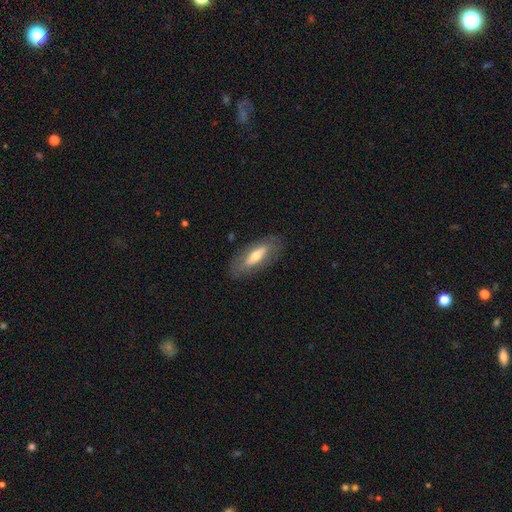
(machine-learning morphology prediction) smooth 52%, featured or disk 41%, star or artifact 7%. Down the decision tree: how rounded — in between (62%); merging — none (82%).